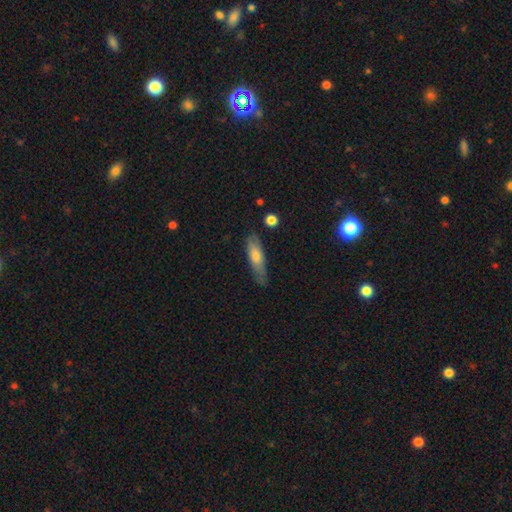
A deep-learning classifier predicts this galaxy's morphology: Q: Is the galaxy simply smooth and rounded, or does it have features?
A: smooth — 65%.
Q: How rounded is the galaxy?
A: cigar-shaped — 63%.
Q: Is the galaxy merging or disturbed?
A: none — 71%.